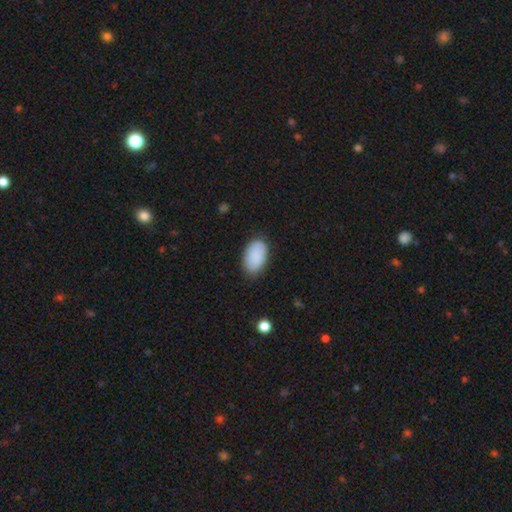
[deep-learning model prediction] smooth-or-featured: smooth: 89% | star or artifact: 6% | featured or disk: 5%
  how-rounded: in between: 94% | round: 5% | cigar-shaped: 1%
  merging: none: 81% | minor disturbance: 15% | major disturbance: 3% | merger: 1%